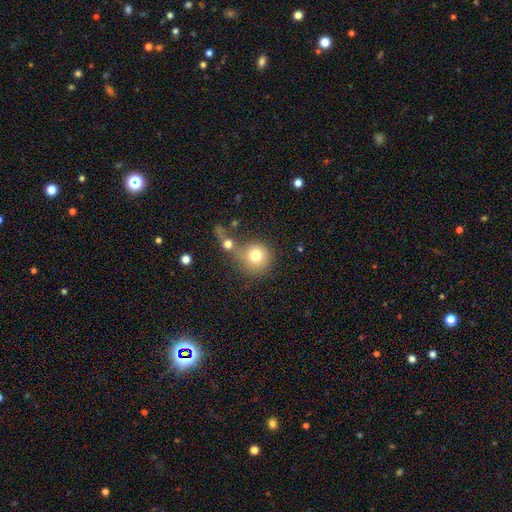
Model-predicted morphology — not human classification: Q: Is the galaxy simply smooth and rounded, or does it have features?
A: smooth — 77%.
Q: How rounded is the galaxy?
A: round — 89%.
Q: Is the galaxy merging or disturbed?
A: none — 47%.